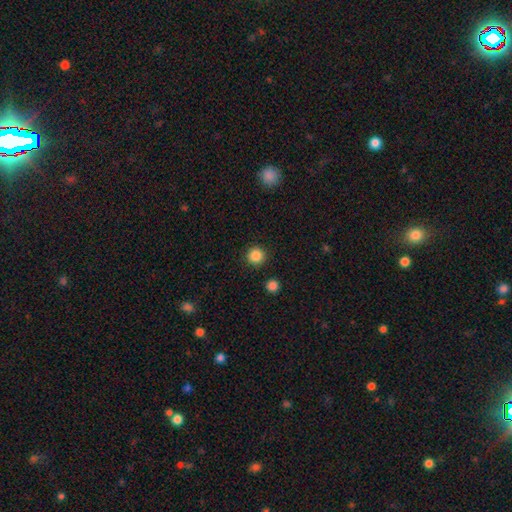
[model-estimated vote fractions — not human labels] Q: Smooth or featured?
A: smooth (86%); runner-up: star or artifact (11%)
Q: How rounded?
A: round (95%); runner-up: in between (4%)
Q: Merging?
A: none (92%); runner-up: minor disturbance (5%)